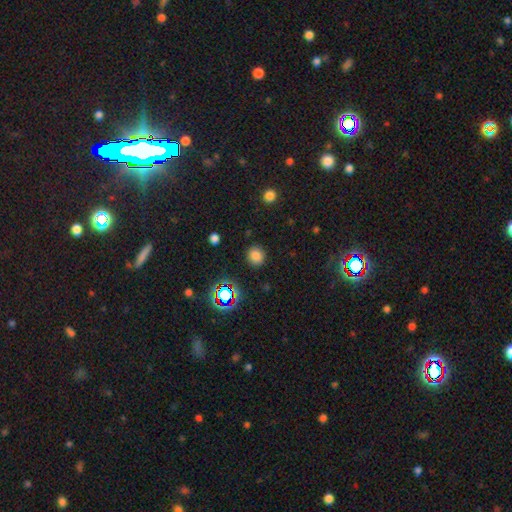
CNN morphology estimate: This is likely a smooth galaxy (77%). How rounded: clearly round (83%). Merging: clearly none (88%).